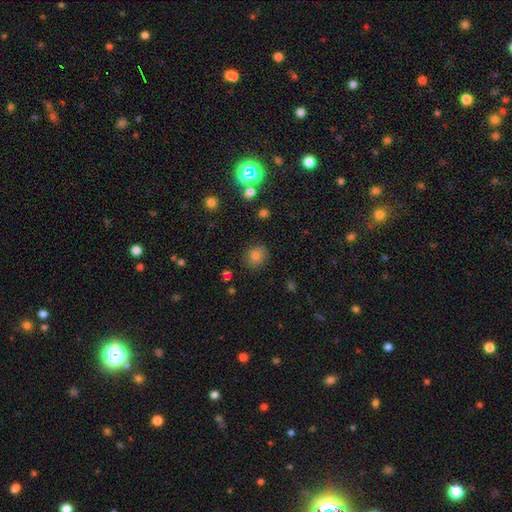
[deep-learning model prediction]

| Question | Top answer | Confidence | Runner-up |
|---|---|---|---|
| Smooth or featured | smooth | 78% | star or artifact (13%) |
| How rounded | round | 76% | in between (23%) |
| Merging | none | 82% | minor disturbance (12%) |